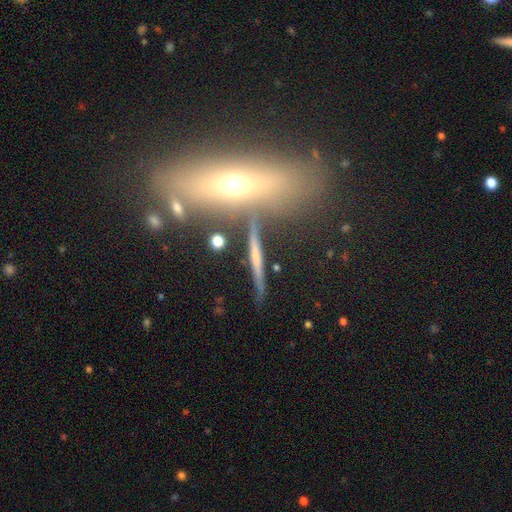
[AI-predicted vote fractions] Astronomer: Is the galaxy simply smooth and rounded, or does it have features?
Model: featured or disk — 56%.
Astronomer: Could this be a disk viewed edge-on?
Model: yes — 89%.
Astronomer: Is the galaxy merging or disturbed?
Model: none — 76%.